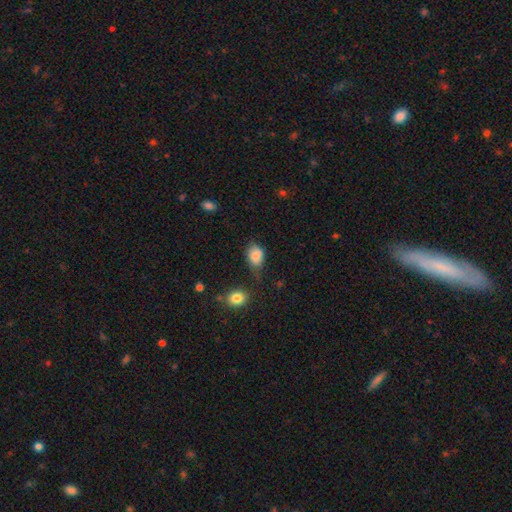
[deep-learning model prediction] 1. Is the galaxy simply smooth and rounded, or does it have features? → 85% smooth, 9% star or artifact, 6% featured or disk.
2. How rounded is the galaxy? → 76% in between, 23% round, 1% cigar-shaped.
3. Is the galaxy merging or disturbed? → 48% none, 36% minor disturbance, 11% major disturbance, 5% merger.